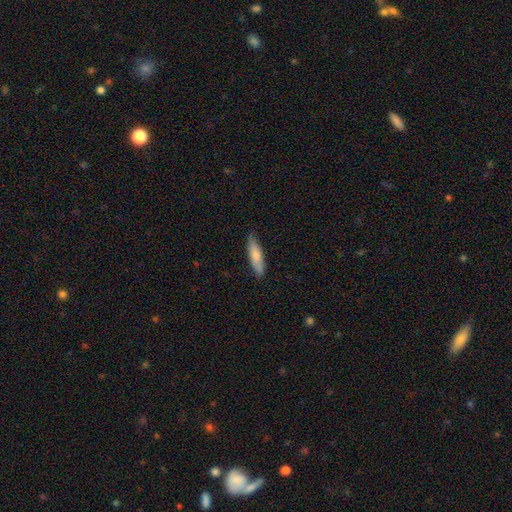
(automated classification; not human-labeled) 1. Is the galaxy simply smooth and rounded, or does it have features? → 77% smooth, 18% featured or disk, 5% star or artifact.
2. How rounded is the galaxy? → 68% cigar-shaped, 30% in between, 2% round.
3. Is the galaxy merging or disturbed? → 81% none, 16% minor disturbance, 2% major disturbance, 1% merger.